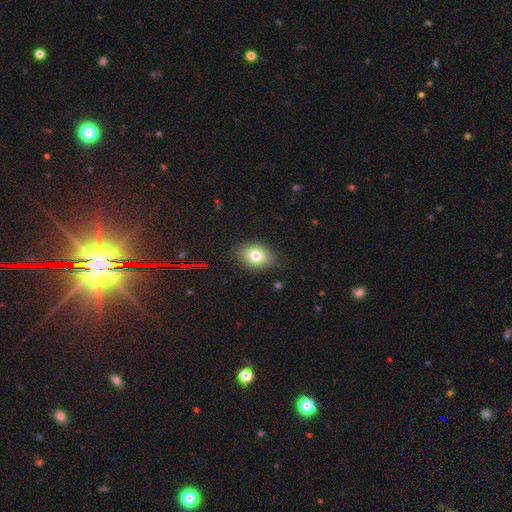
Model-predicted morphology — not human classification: Q: Smooth or featured?
A: smooth (77%); runner-up: featured or disk (12%)
Q: How rounded?
A: in between (67%); runner-up: round (32%)
Q: Merging?
A: none (83%); runner-up: minor disturbance (13%)